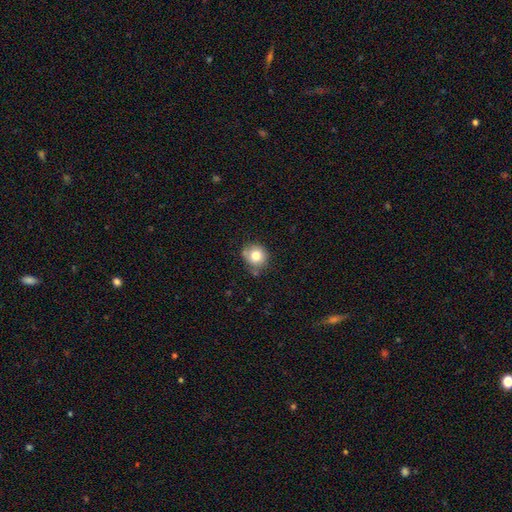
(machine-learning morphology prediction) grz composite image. It shows a smooth galaxy with no disk features (80%) that is round (87%). Merging: none (72%).